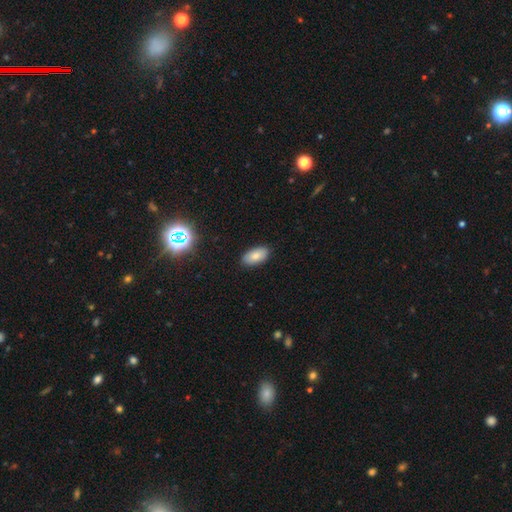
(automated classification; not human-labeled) Overall: smooth (81%). How rounded: in between (93%). Merging: none (88%).